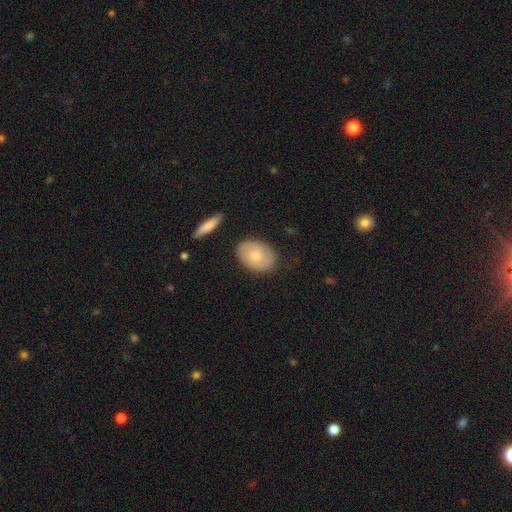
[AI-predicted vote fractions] The model was most divided on "smooth or featured": smooth: 63%, featured or disk: 31%, star or artifact: 6%. More confident: merging — none (81%); how rounded — in between (80%).